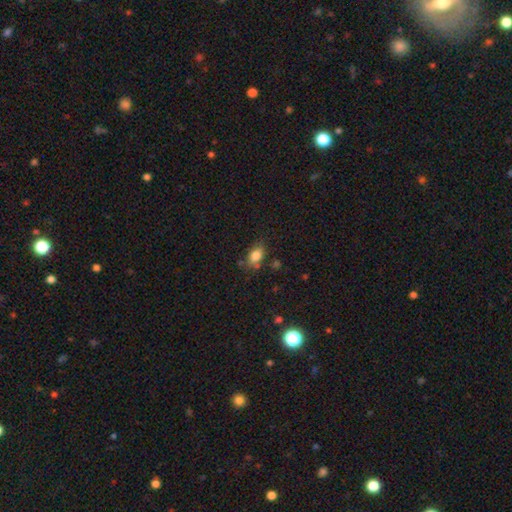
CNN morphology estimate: The model was most divided on "merging": none: 66%, minor disturbance: 23%, major disturbance: 6%, merger: 6%. More confident: smooth or featured — smooth (81%); how rounded — in between (81%).